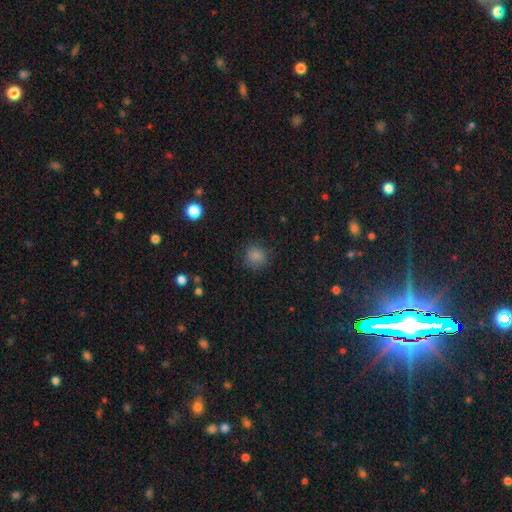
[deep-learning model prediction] Smooth or featured: smooth — 83% (star or artifact — 12%)
How rounded: round — 86% (in between — 13%)
Merging: none — 83% (minor disturbance — 12%)